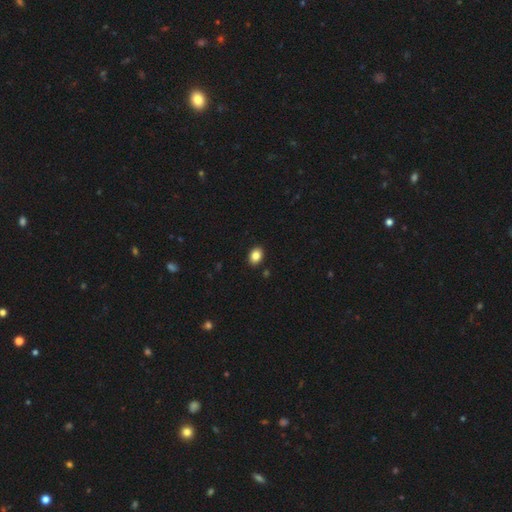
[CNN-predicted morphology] type=smooth (86%); roundness=in between (71%); merging=none (91%).